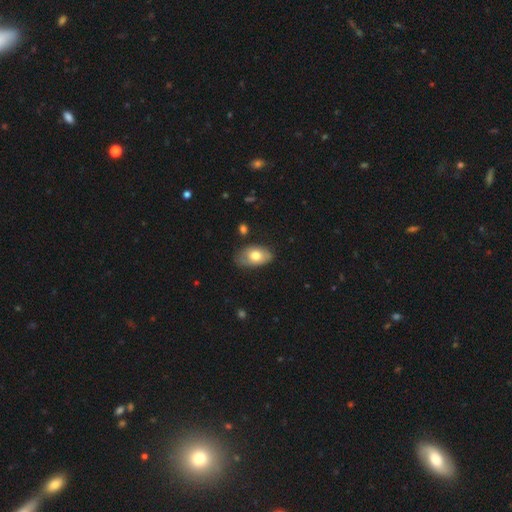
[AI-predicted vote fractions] The model was most divided on "merging": none: 65%, minor disturbance: 27%, major disturbance: 6%, merger: 2%. More confident: how rounded — in between (91%); smooth or featured — smooth (69%).